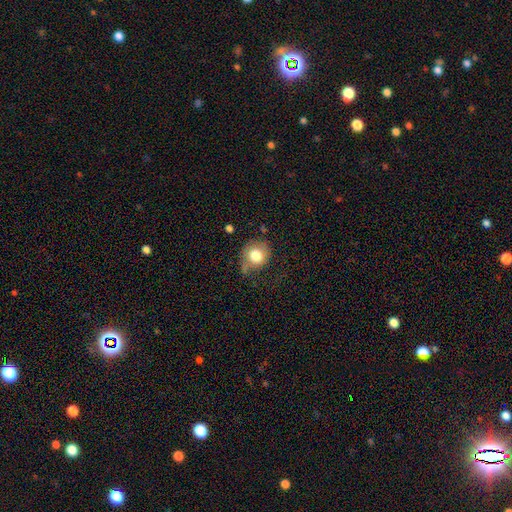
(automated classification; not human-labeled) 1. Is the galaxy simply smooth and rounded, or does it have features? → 77% smooth, 14% featured or disk, 8% star or artifact.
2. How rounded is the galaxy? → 81% round, 19% in between, 1% cigar-shaped.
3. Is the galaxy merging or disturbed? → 54% none, 28% minor disturbance, 13% major disturbance, 5% merger.